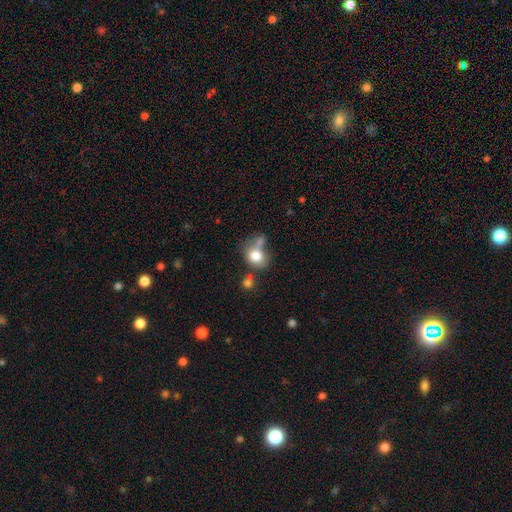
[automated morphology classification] type=smooth (77%); roundness=round (54%); merging=none (40%).